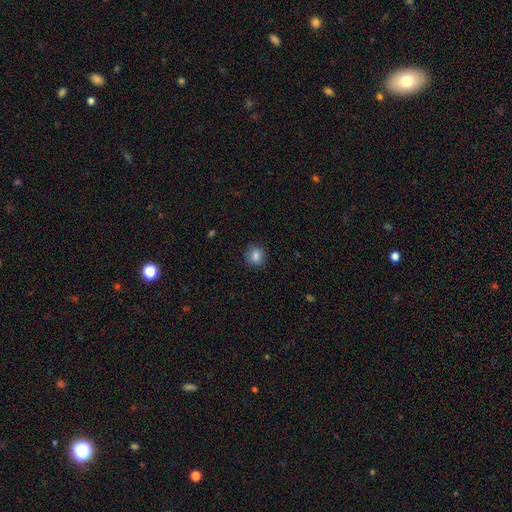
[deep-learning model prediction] Smooth or featured?
  - smooth: 84% *
  - star or artifact: 10%
  - featured or disk: 6%
How rounded?
  - round: 74% *
  - in between: 24%
  - cigar-shaped: 1%
Merging?
  - none: 84% *
  - minor disturbance: 12%
  - major disturbance: 3%
  - merger: 1%